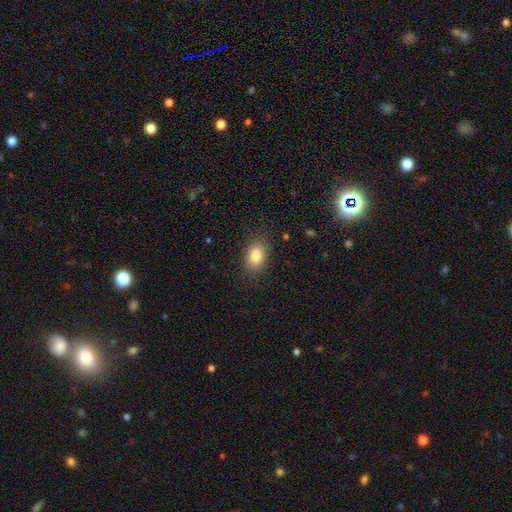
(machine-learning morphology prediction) Smooth or featured? smooth (83%)
How rounded? in between (78%)
Merging? none (85%)